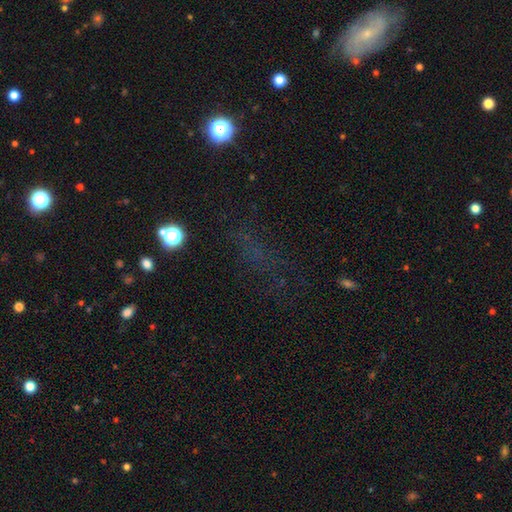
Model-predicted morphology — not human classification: Q: Smooth or featured?
A: star or artifact (52%); runner-up: smooth (31%)